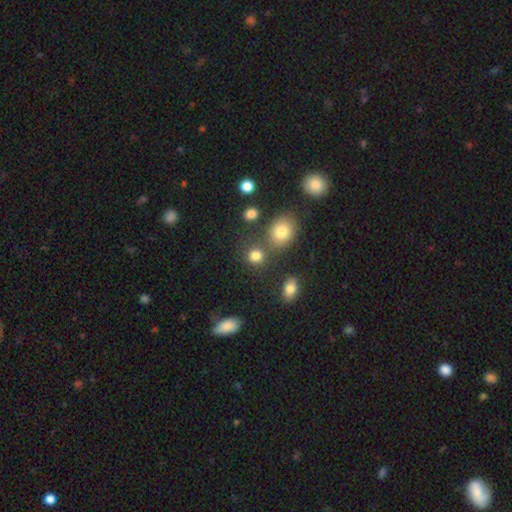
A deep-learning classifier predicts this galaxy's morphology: A smooth galaxy with no disk features (80%) that is round (78%).

Vote fractions:
- Smooth or featured? smooth: 80% / star or artifact: 13% / featured or disk: 7%
- How rounded? round: 78% / in between: 21% / cigar-shaped: 1%
- Merging? none: 67% / merger: 18% / minor disturbance: 10% / major disturbance: 5%